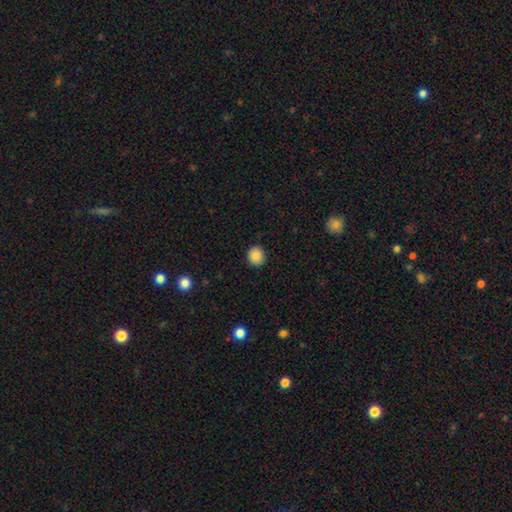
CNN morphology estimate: This is clearly a smooth galaxy (87%). How rounded: clearly round (86%). Merging: clearly none (91%).